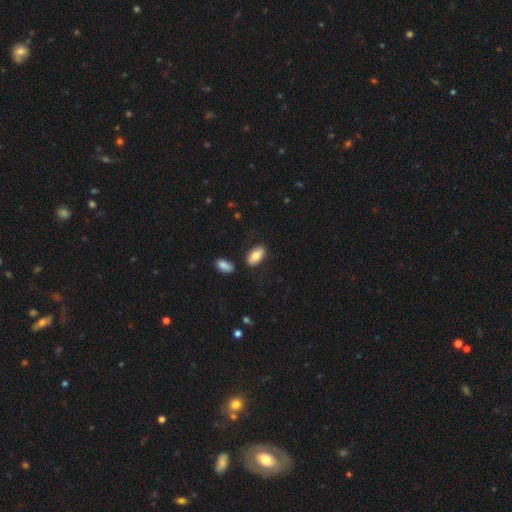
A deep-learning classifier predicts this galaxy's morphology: smooth_or_featured: smooth (p=0.81) [alt: featured or disk p=0.12]
how_rounded: in between (p=0.93) [alt: round p=0.03]
merging: none (p=0.82) [alt: minor disturbance p=0.11]